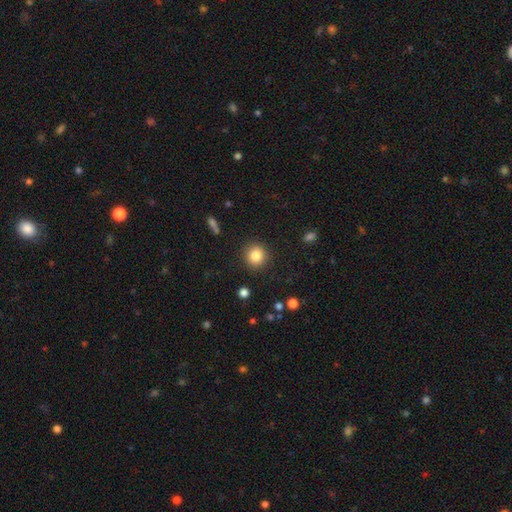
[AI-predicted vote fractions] The model was most divided on "smooth or featured": smooth: 84%, star or artifact: 10%, featured or disk: 6%. More confident: how rounded — round (92%); merging — none (90%).